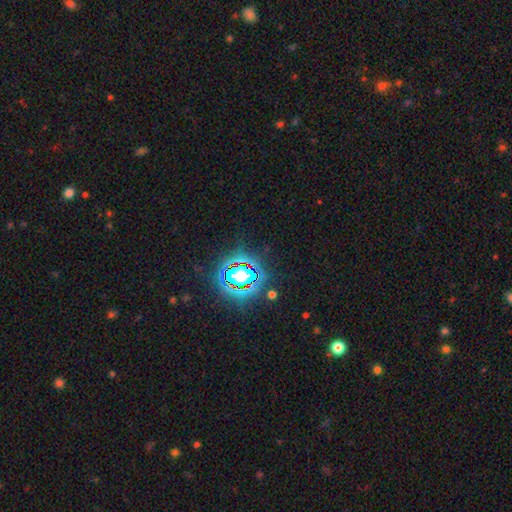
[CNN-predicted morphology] Smooth or featured? star or artifact (81%)